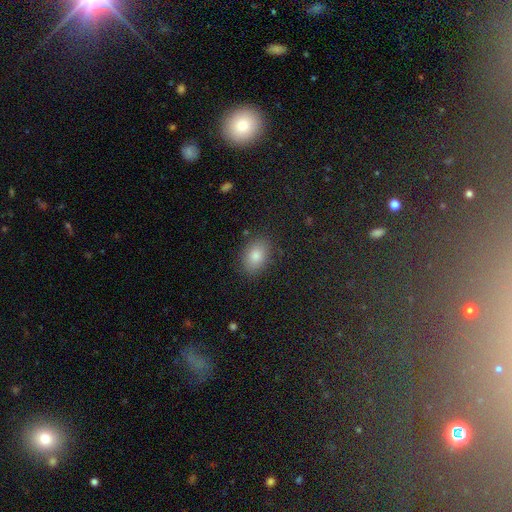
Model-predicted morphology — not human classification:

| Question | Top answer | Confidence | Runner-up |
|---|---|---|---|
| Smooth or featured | smooth | 80% | star or artifact (12%) |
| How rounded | in between | 81% | round (17%) |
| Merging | none | 86% | minor disturbance (10%) |